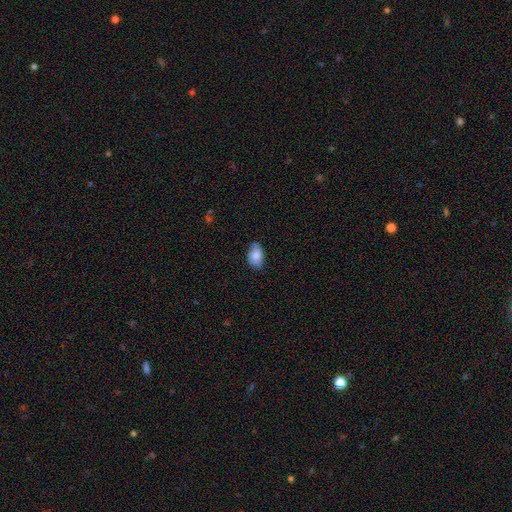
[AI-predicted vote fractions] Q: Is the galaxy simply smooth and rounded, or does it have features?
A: smooth — 79%.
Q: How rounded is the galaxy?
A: in between — 87%.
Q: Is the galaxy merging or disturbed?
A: none — 62%.